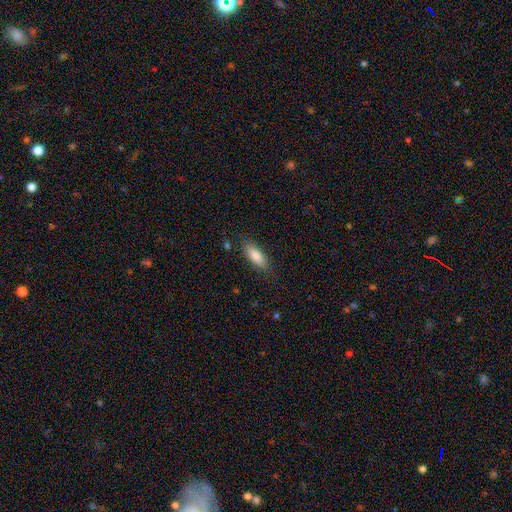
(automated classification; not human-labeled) A smooth galaxy with no disk features (83%) that is in between round and cigar-shaped (70%). Merging: none (84%).